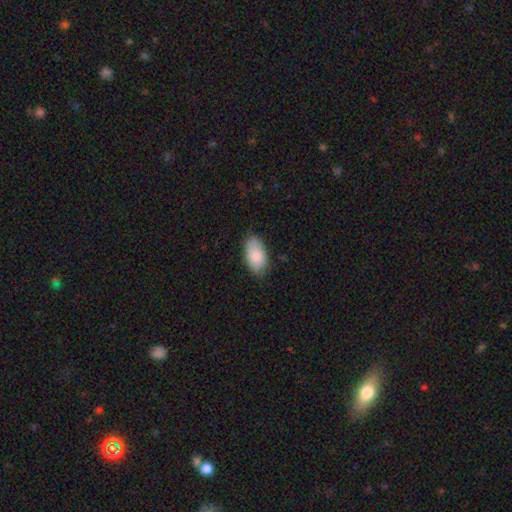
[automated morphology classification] A smooth galaxy with no disk features (86%) that is in between round and cigar-shaped (94%). Merging: none (78%).